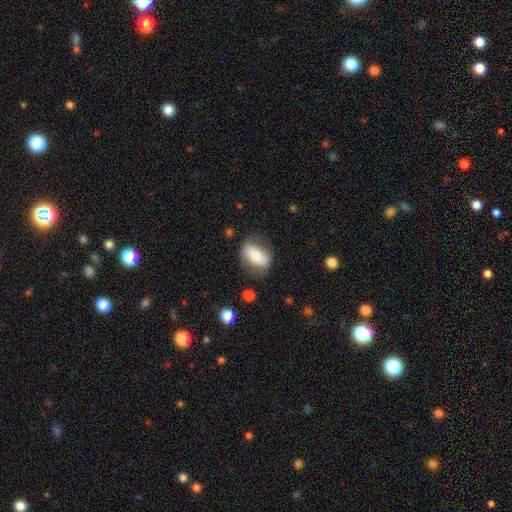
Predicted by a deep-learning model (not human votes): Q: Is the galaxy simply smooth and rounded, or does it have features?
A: smooth — 65%.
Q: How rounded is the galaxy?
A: in between — 83%.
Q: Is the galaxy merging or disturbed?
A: none — 68%.